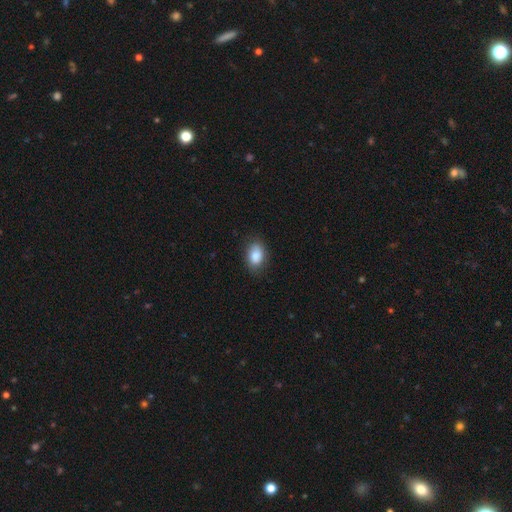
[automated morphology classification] The model was most divided on "merging": none: 80%, minor disturbance: 16%, major disturbance: 4%, merger: 1%. More confident: smooth or featured — smooth (86%); how rounded — in between (85%).